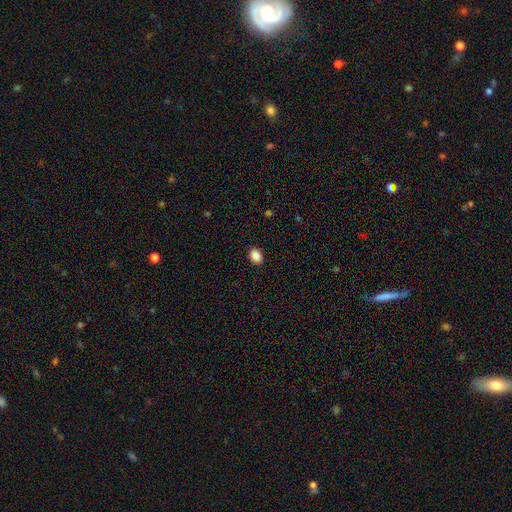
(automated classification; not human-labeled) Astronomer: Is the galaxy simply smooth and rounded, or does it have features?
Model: smooth — 88%.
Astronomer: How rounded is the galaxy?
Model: in between — 68%.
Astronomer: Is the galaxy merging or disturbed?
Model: none — 90%.